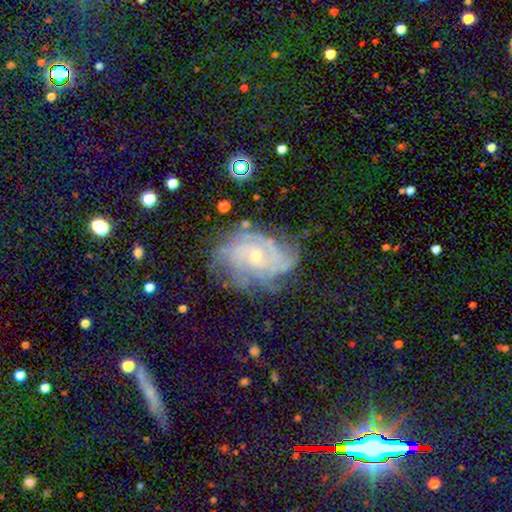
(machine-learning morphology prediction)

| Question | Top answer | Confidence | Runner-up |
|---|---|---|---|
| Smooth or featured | featured or disk | 81% | smooth (9%) |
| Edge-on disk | no | 97% | yes (3%) |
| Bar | no | 70% | weak (25%) |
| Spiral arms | yes | 94% | no (6%) |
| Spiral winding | tight | 64% | medium (29%) |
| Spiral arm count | can't tell | 38% | 4 (17%) |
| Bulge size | small | 69% | moderate (26%) |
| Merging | none | 66% | minor disturbance (21%) |